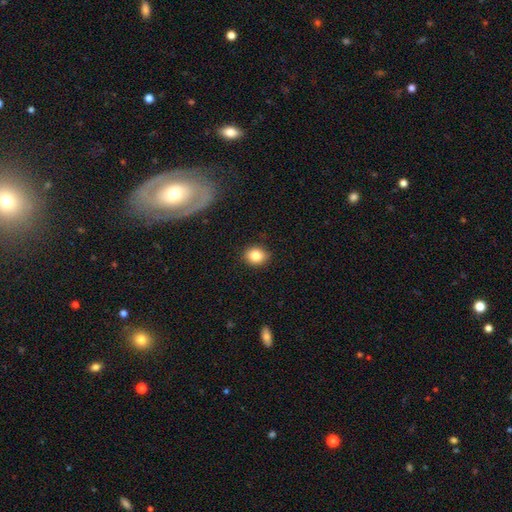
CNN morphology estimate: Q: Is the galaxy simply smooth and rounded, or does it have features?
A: smooth — 83%.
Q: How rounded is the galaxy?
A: round — 60%.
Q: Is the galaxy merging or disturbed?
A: none — 88%.